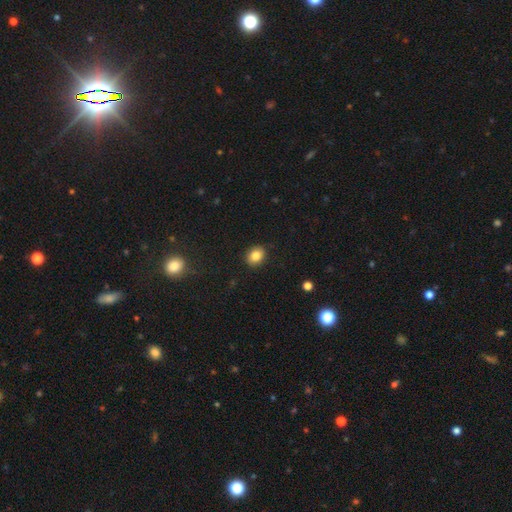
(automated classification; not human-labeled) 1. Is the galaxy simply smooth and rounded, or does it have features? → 85% smooth, 10% star or artifact, 6% featured or disk.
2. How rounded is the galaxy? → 56% in between, 43% round, 1% cigar-shaped.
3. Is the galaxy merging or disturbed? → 88% none, 9% minor disturbance, 2% major disturbance, 1% merger.